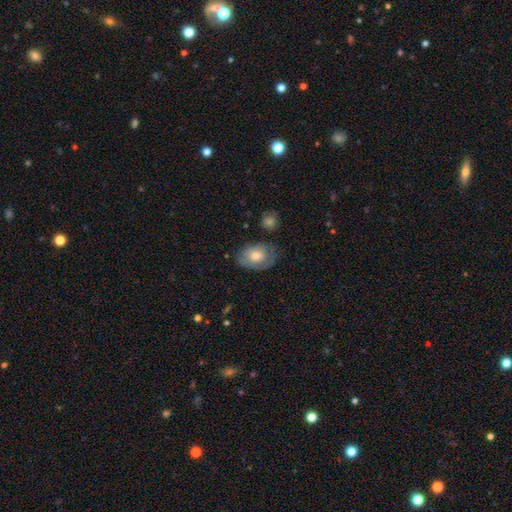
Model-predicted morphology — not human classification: Smooth or featured: smooth — 54% (featured or disk — 39%)
How rounded: in between — 81% (round — 18%)
Merging: none — 66% (minor disturbance — 23%)